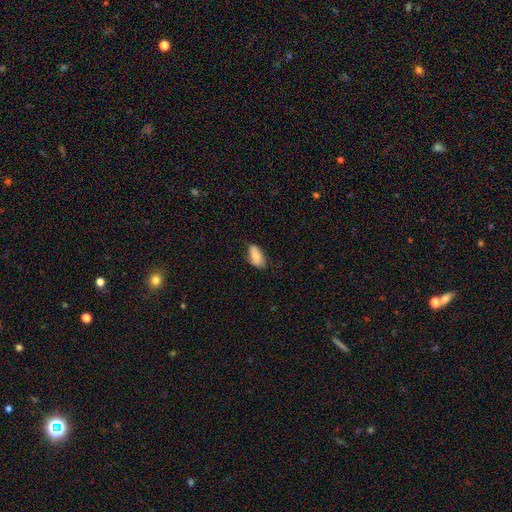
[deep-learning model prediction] Smooth or featured?
  - smooth: 85% *
  - featured or disk: 9%
  - star or artifact: 6%
How rounded?
  - in between: 90% *
  - cigar-shaped: 7%
  - round: 2%
Merging?
  - none: 71% *
  - minor disturbance: 24%
  - major disturbance: 4%
  - merger: 1%